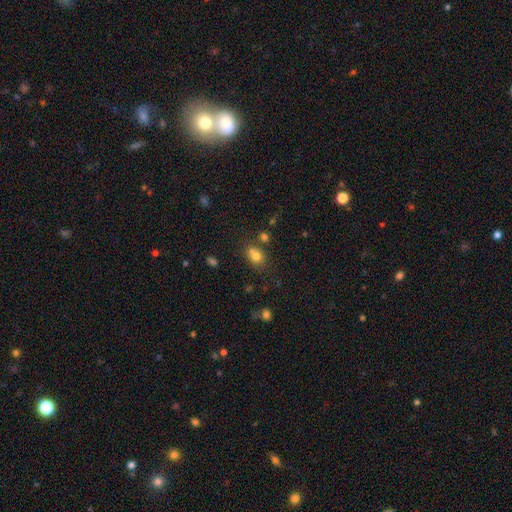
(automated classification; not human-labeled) The model was most divided on "how rounded": round: 51%, in between: 48%, cigar-shaped: 1%. More confident: smooth or featured — smooth (75%); merging — none (51%).